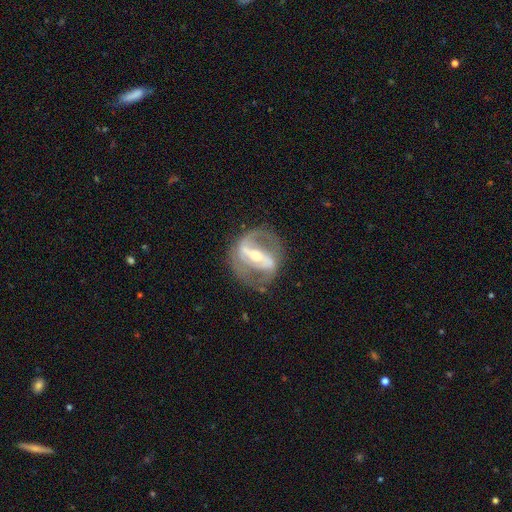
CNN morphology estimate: smooth-or-featured: featured or disk: 87% | smooth: 8% | star or artifact: 5%
  disk-edge-on: no: 94% | yes: 6%
    bar: strong: 69% | weak: 21% | no: 10%
    has-spiral-arms: yes: 85% | no: 15%
      spiral-winding: medium: 49% | loose: 26% | tight: 25%
      spiral-arm-count: 2: 84% | can't tell: 7% | 1: 5% | 3: 2% | 4: 1% | more than 4: 1%
    bulge-size: moderate: 48% | small: 46% | large: 3% | none: 1% | dominant: 1%
  merging: none: 69% | minor disturbance: 16% | major disturbance: 13% | merger: 2%